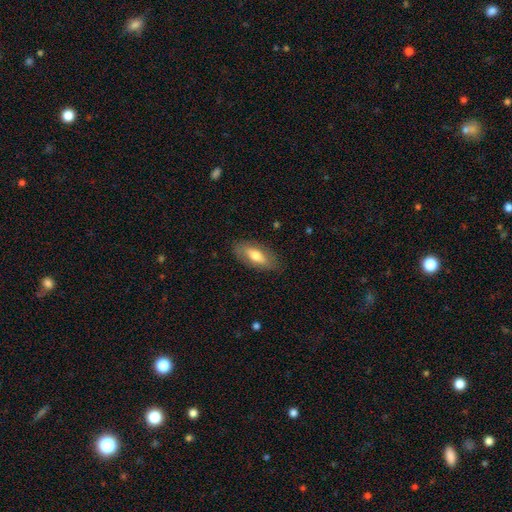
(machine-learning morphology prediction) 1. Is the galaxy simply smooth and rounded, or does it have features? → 66% smooth, 28% featured or disk, 6% star or artifact.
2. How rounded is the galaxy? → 79% in between, 18% cigar-shaped, 3% round.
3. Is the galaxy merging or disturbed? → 82% none, 14% minor disturbance, 3% major disturbance, 1% merger.